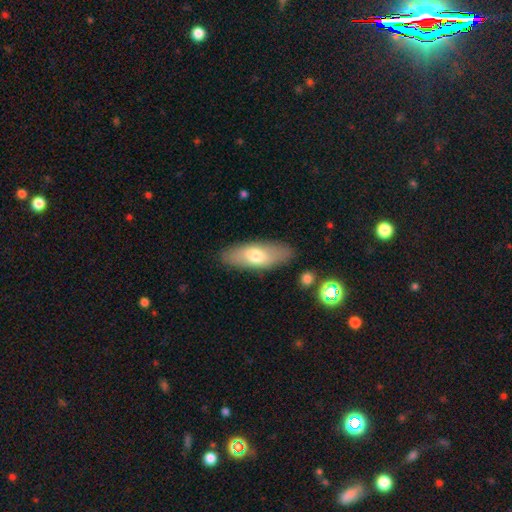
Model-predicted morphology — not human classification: smooth-or-featured: smooth: 67% | featured or disk: 27% | star or artifact: 6%
  how-rounded: in between: 72% | cigar-shaped: 26% | round: 2%
  merging: none: 84% | minor disturbance: 11% | major disturbance: 3% | merger: 2%